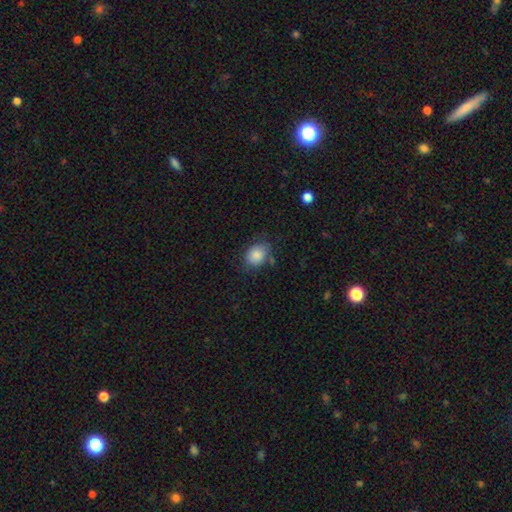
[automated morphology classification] Q: Smooth or featured?
A: smooth (86%); runner-up: star or artifact (8%)
Q: How rounded?
A: in between (60%); runner-up: round (39%)
Q: Merging?
A: none (70%); runner-up: minor disturbance (20%)